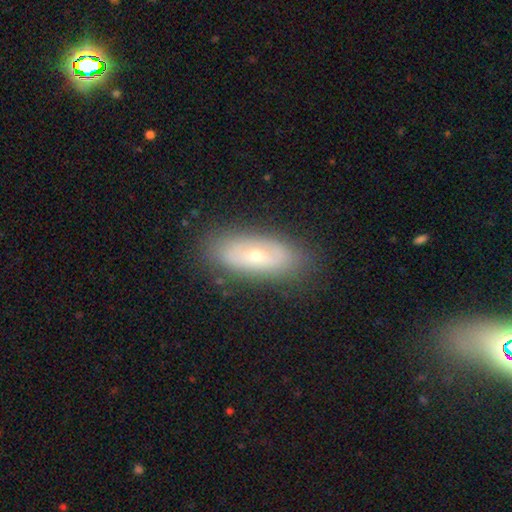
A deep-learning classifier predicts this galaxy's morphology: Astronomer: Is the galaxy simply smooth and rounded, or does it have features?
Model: featured or disk — 47% (runner-up: smooth, 46%).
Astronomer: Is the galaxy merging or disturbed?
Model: none — 82%.